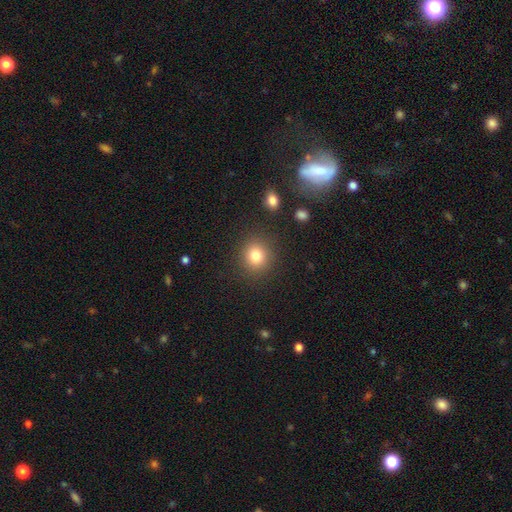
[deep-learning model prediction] smooth 80%, star or artifact 12%, featured or disk 7%. Down the decision tree: how rounded — round (86%); merging — none (88%).